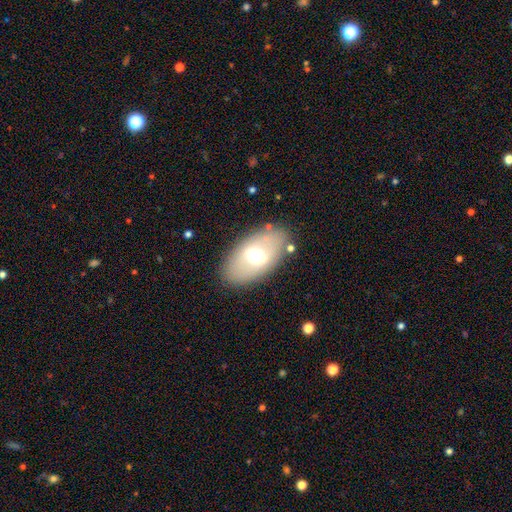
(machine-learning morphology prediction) Smooth or featured? smooth (51%)
How rounded? in between (90%)
Merging? none (82%)